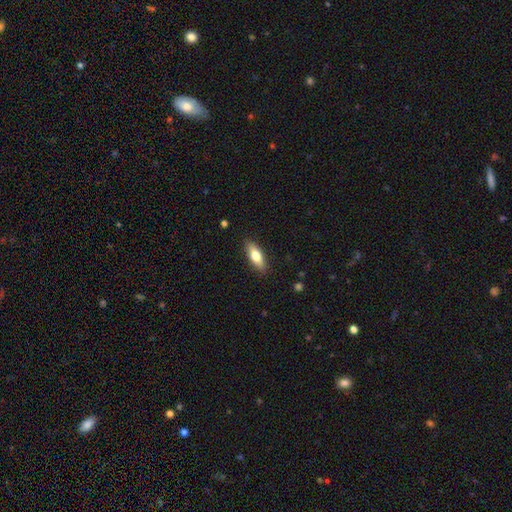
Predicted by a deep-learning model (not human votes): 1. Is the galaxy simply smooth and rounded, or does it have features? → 68% smooth, 26% featured or disk, 6% star or artifact.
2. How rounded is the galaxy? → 60% in between, 37% cigar-shaped, 2% round.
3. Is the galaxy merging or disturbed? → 88% none, 9% minor disturbance, 2% major disturbance, 1% merger.